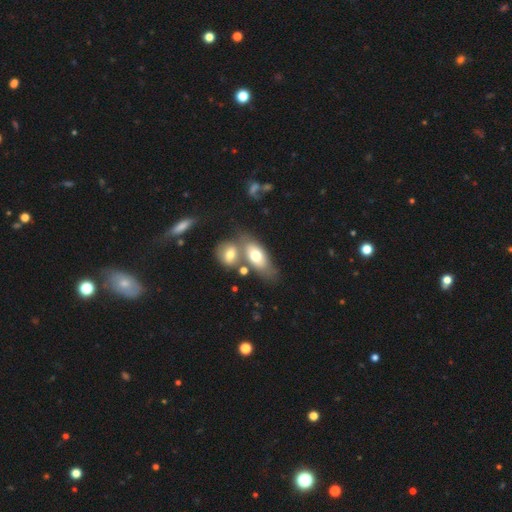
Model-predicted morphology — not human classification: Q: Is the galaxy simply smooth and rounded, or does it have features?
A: smooth — 67%.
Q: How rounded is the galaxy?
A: in between — 85%.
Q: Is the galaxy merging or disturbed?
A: merger — 49%.